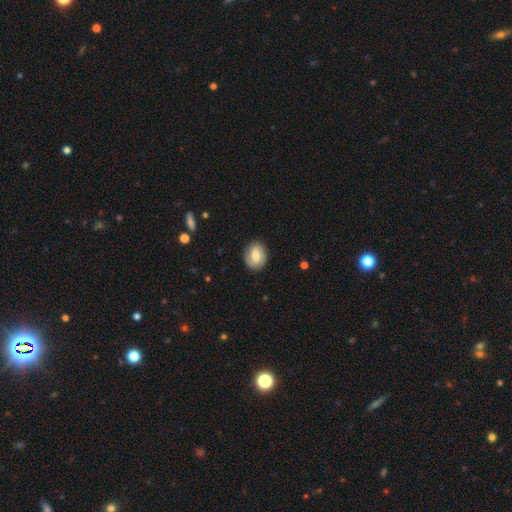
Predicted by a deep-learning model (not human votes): This appears to be a smooth galaxy with no disk features (65%) that is in between round and cigar-shaped (56%). Merging: none (84%).